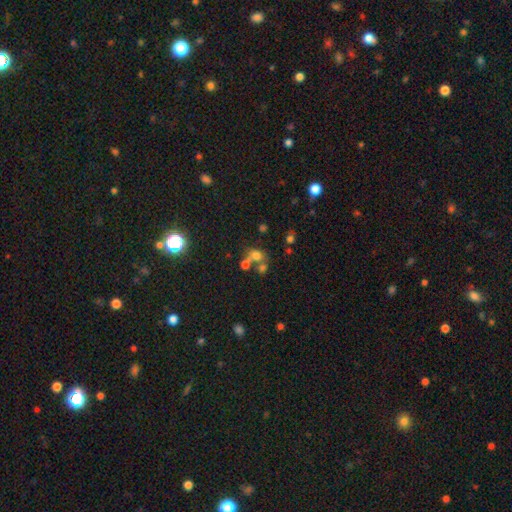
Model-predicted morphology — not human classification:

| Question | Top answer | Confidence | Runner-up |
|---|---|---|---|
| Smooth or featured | smooth | 64% | star or artifact (21%) |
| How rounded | round | 55% | in between (44%) |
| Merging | merger | 46% | none (38%) |